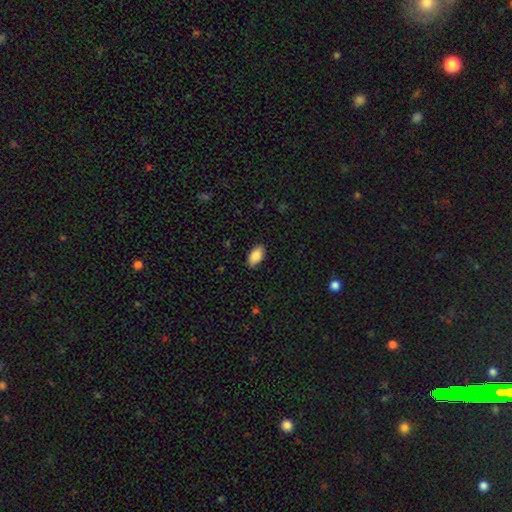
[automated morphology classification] smooth_or_featured: smooth (p=0.87) [alt: star or artifact p=0.07]
how_rounded: in between (p=0.95) [alt: round p=0.03]
merging: none (p=0.88) [alt: minor disturbance p=0.09]